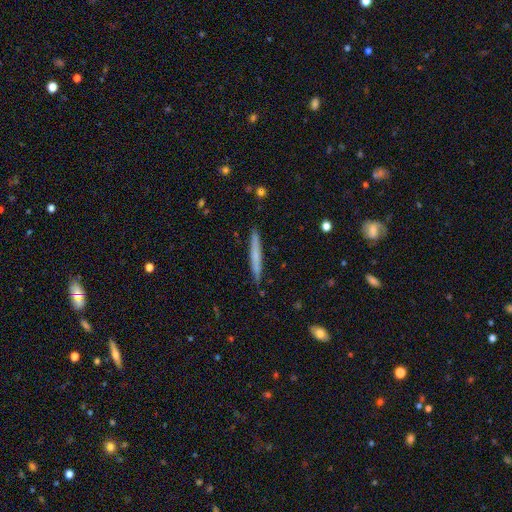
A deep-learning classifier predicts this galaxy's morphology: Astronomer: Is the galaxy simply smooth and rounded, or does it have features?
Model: smooth — 59% (runner-up: featured or disk, 35%).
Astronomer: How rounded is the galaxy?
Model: cigar-shaped — 97%.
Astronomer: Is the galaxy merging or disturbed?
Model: none — 90%.